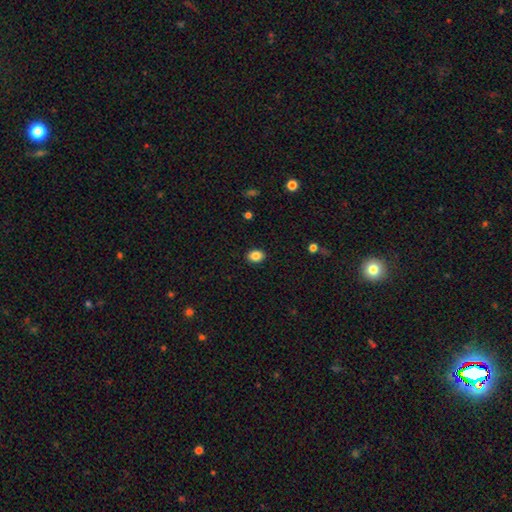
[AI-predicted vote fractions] smooth_or_featured: smooth (p=0.85) [alt: star or artifact p=0.09]
how_rounded: in between (p=0.63) [alt: round p=0.36]
merging: none (p=0.90) [alt: minor disturbance p=0.07]